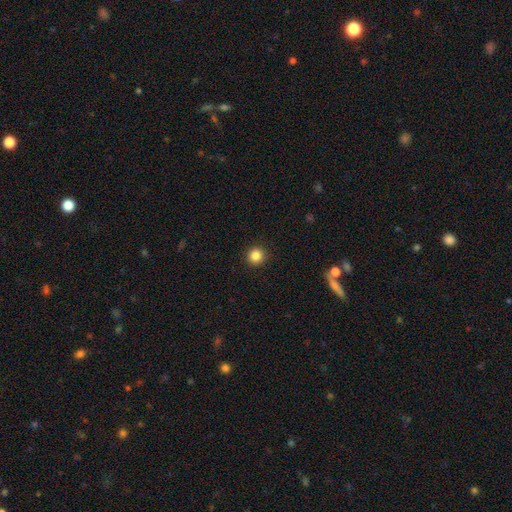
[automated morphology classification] Smooth or featured? Predicted: smooth (p=0.85). How rounded? Predicted: round (p=0.94). Merging? Predicted: none (p=0.93).